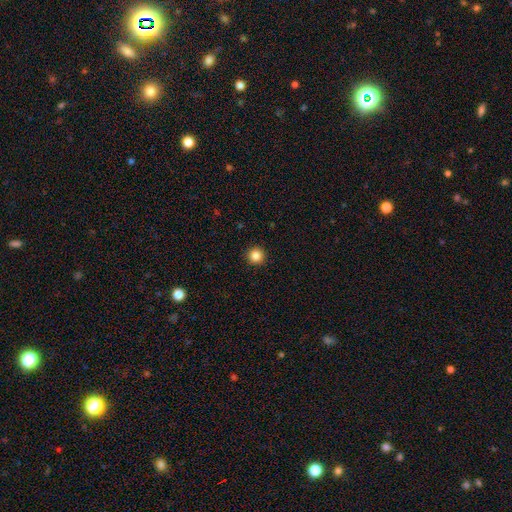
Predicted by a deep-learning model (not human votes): Morphology: type=smooth (86%); roundness=round (96%); merging=none (93%).